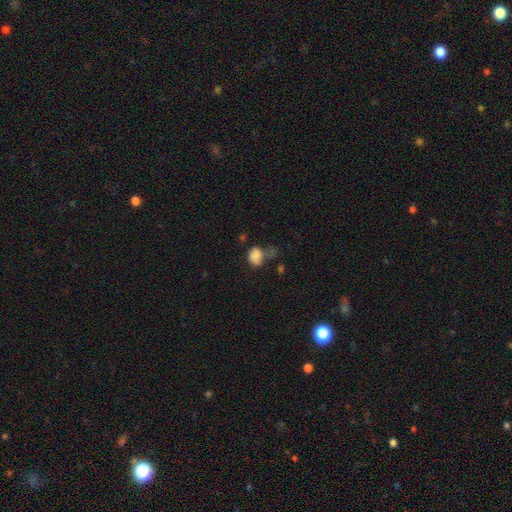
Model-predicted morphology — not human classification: Smooth or featured: smooth — 80% (star or artifact — 11%)
How rounded: in between — 66% (round — 33%)
Merging: none — 31% (minor disturbance — 26%)